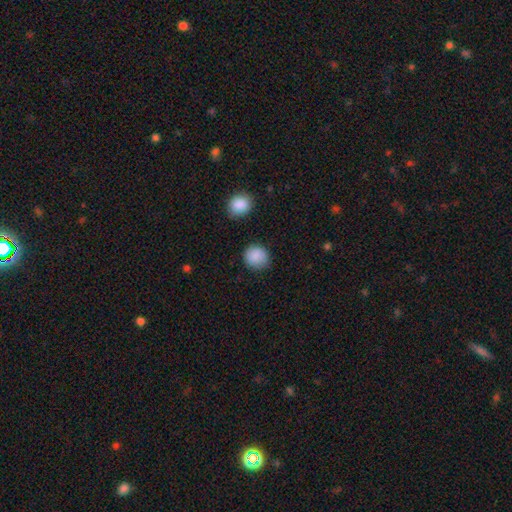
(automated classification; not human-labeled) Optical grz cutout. It shows a smooth galaxy with no disk features (88%) that is round (87%). Merging: none (84%).